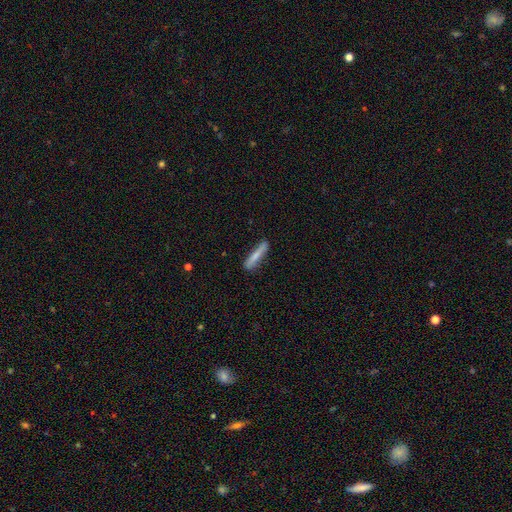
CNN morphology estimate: A smooth galaxy with no disk features (72%) that is cigar-shaped (91%).

Vote fractions:
- Smooth or featured? smooth: 72% / featured or disk: 22% / star or artifact: 6%
- How rounded? cigar-shaped: 91% / in between: 8% / round: 1%
- Merging? none: 82% / minor disturbance: 13% / major disturbance: 3% / merger: 2%